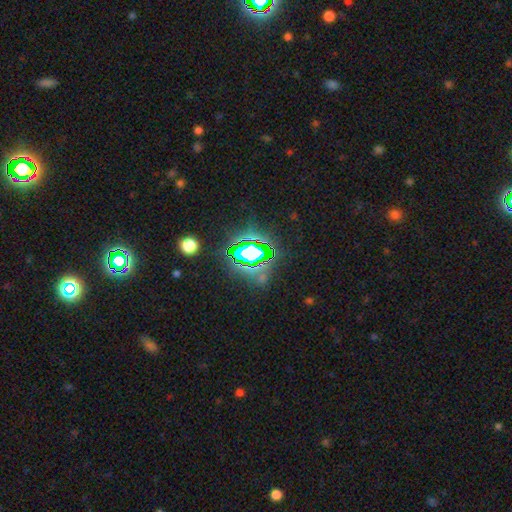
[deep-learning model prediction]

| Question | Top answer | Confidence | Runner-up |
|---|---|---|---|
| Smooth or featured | star or artifact | 79% | smooth (14%) |